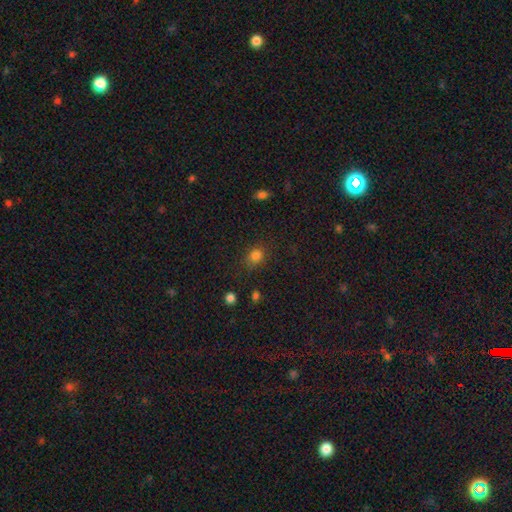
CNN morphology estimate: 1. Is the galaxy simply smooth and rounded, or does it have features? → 80% smooth, 14% star or artifact, 6% featured or disk.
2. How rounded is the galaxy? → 63% round, 36% in between, 1% cigar-shaped.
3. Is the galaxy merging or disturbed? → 81% none, 14% minor disturbance, 4% major disturbance, 2% merger.